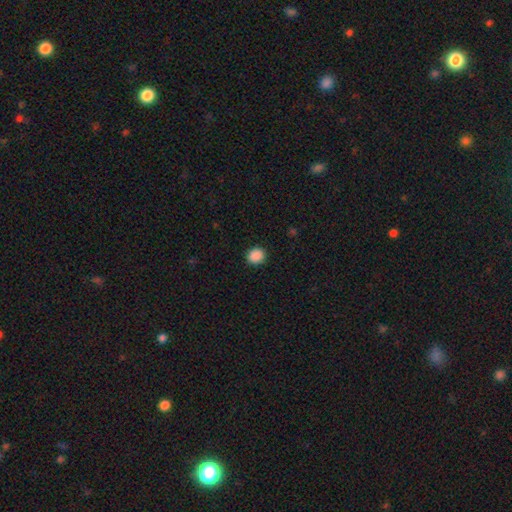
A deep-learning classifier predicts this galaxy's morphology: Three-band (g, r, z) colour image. It shows a smooth galaxy with no disk features (89%) that is round (77%). Merging: none (91%).